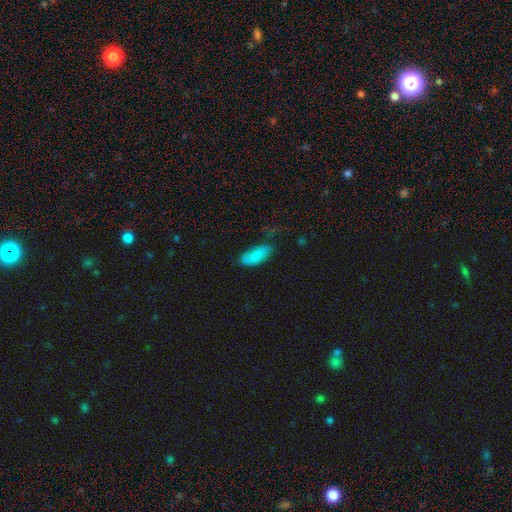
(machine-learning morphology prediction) Smooth or featured?
  - smooth: 84% *
  - featured or disk: 10%
  - star or artifact: 6%
How rounded?
  - in between: 85% *
  - cigar-shaped: 13%
  - round: 2%
Merging?
  - none: 67% *
  - minor disturbance: 25%
  - major disturbance: 6%
  - merger: 2%